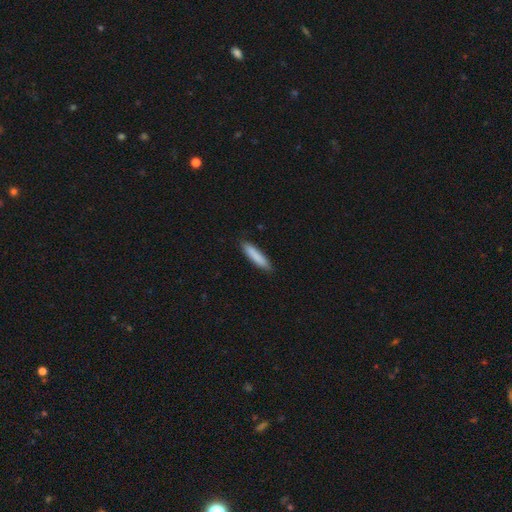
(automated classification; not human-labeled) Overall: smooth (86%). How rounded: cigar-shaped (82%). Merging: none (86%).